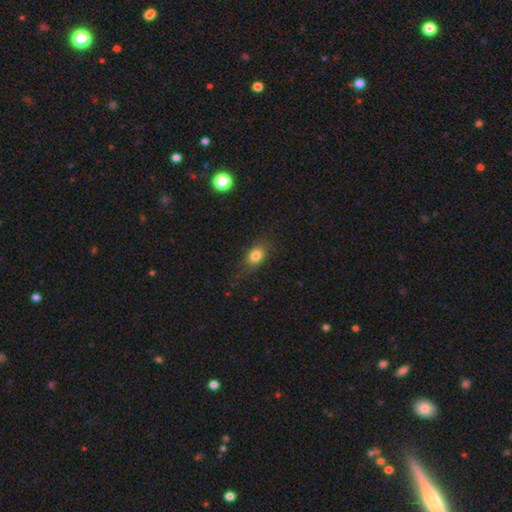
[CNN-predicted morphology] Q: Smooth or featured?
A: smooth (79%); runner-up: featured or disk (11%)
Q: How rounded?
A: in between (74%); runner-up: round (22%)
Q: Merging?
A: none (78%); runner-up: minor disturbance (16%)